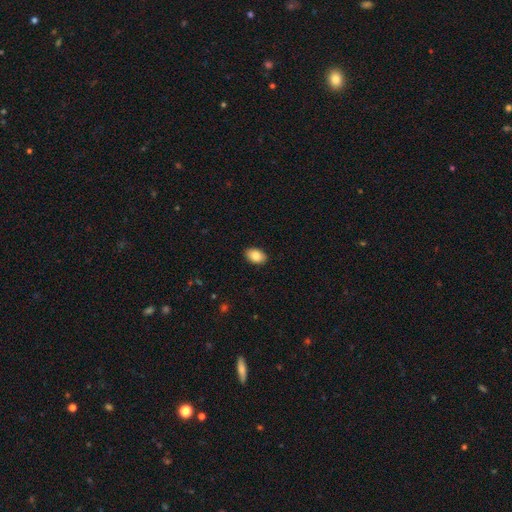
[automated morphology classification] Overall: smooth (84%). How rounded: in between (90%). Merging: none (90%).